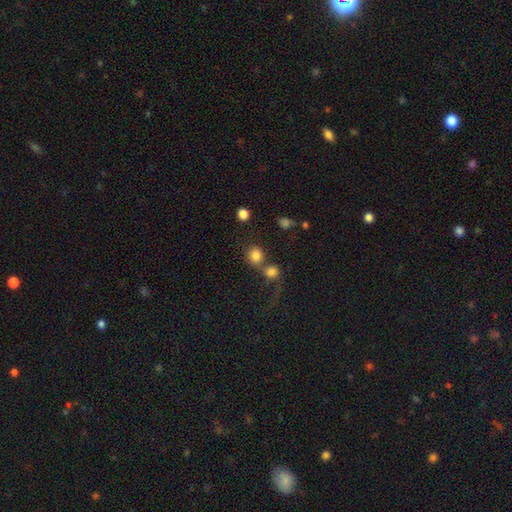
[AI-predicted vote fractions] Smooth or featured?
  - smooth: 82% *
  - star or artifact: 11%
  - featured or disk: 7%
How rounded?
  - round: 84% *
  - in between: 15%
  - cigar-shaped: 1%
Merging?
  - none: 47% *
  - merger: 40%
  - minor disturbance: 8%
  - major disturbance: 6%